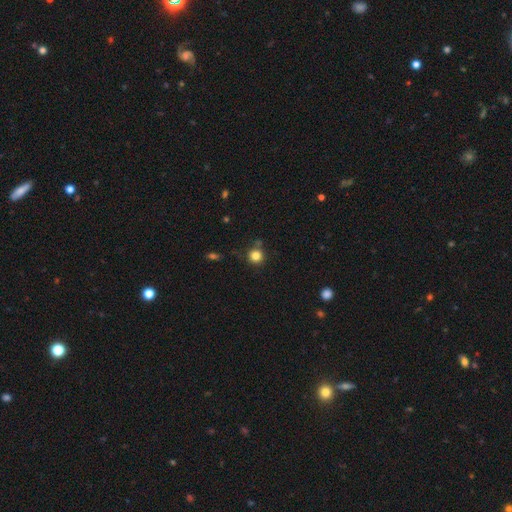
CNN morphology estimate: smooth_or_featured: smooth (p=0.82) [alt: star or artifact p=0.12]
how_rounded: round (p=0.93) [alt: in between p=0.06]
merging: none (p=0.79) [alt: minor disturbance p=0.12]